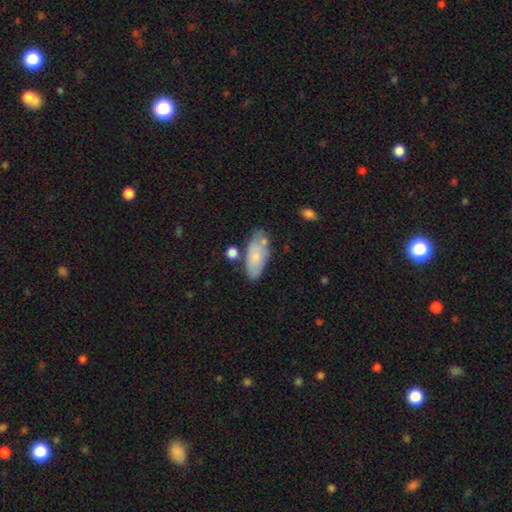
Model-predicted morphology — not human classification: Smooth or featured? Predicted: smooth (p=0.75). How rounded? Predicted: in between (p=0.88). Merging? Predicted: none (p=0.64).